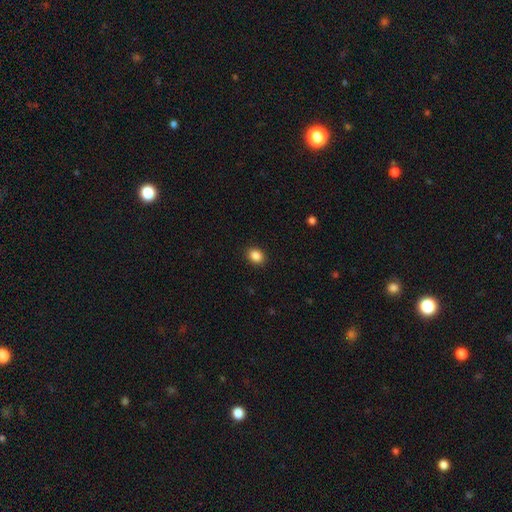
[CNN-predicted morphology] A smooth galaxy with no disk features (87%) that is in between round and cigar-shaped (53%).

Vote fractions:
- Smooth or featured? smooth: 87% / star or artifact: 10% / featured or disk: 3%
- How rounded? in between: 53% / round: 46% / cigar-shaped: 1%
- Merging? none: 91% / minor disturbance: 6% / major disturbance: 2% / merger: 1%